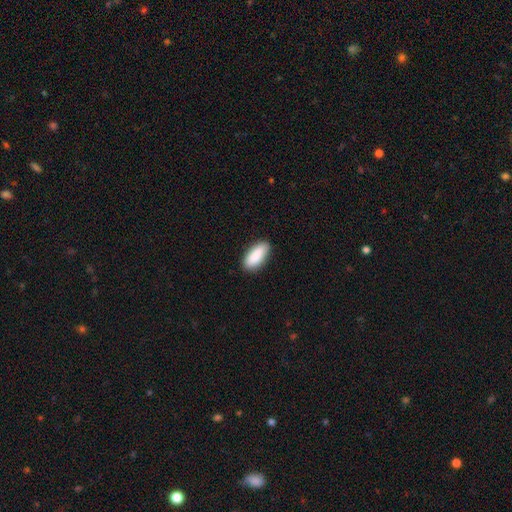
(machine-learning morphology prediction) smooth-or-featured: smooth: 89% | star or artifact: 6% | featured or disk: 5%
  how-rounded: in between: 84% | cigar-shaped: 14% | round: 2%
  merging: none: 86% | minor disturbance: 11% | major disturbance: 2% | merger: 1%